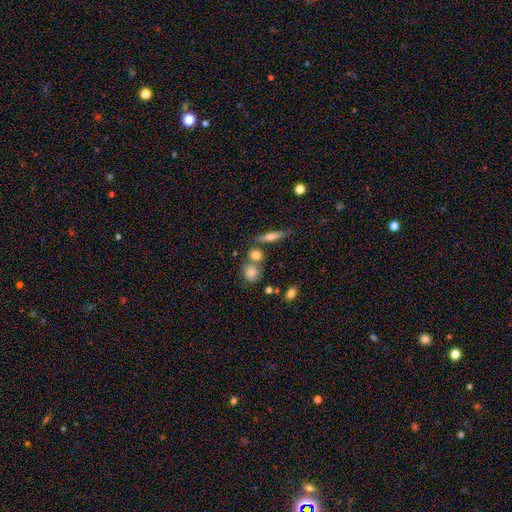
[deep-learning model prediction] Smooth or featured? smooth (69%)
How rounded? round (57%)
Merging? none (58%)